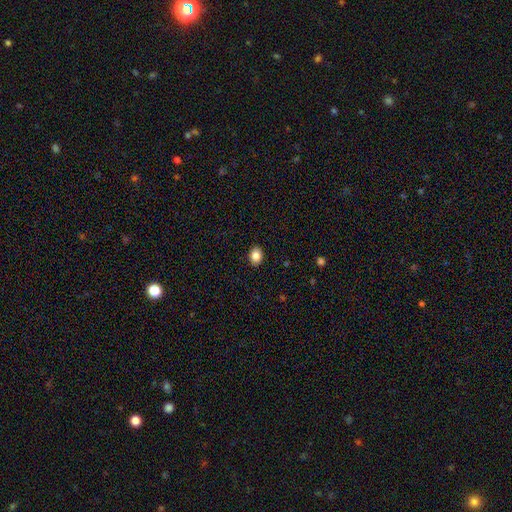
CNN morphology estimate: Smooth or featured? smooth (85%)
How rounded? in between (63%)
Merging? none (90%)